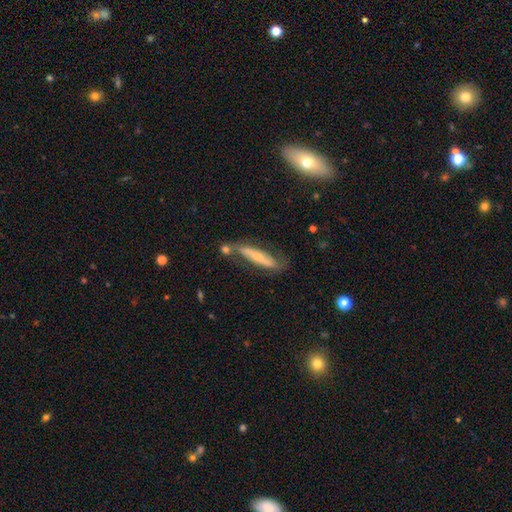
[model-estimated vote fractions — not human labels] Smooth or featured?
  - featured or disk: 59% *
  - smooth: 33%
  - star or artifact: 9%
Edge-on disk?
  - yes: 63% *
  - no: 37%
Merging?
  - none: 64% *
  - minor disturbance: 21%
  - merger: 8%
  - major disturbance: 7%